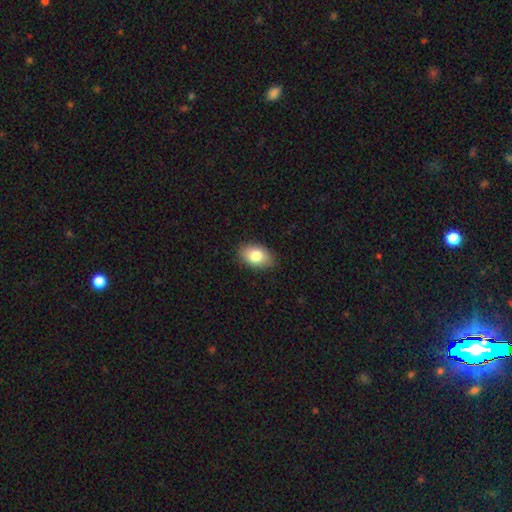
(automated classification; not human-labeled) Smooth or featured?
  - smooth: 81% *
  - featured or disk: 11%
  - star or artifact: 8%
How rounded?
  - in between: 87% *
  - round: 11%
  - cigar-shaped: 1%
Merging?
  - none: 87% *
  - minor disturbance: 10%
  - major disturbance: 2%
  - merger: 1%